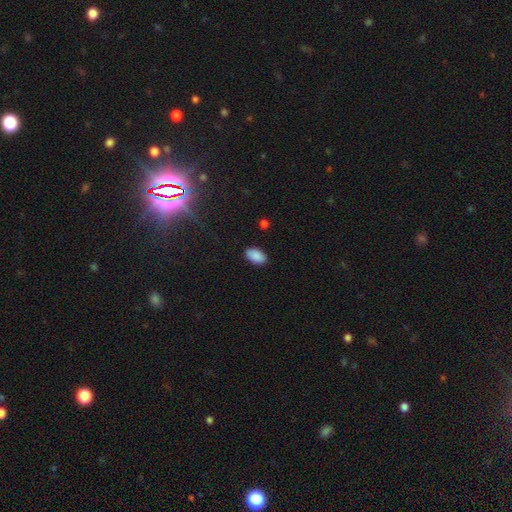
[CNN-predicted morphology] Smooth or featured? Predicted: smooth (p=0.89). How rounded? Predicted: in between (p=0.94). Merging? Predicted: none (p=0.87).